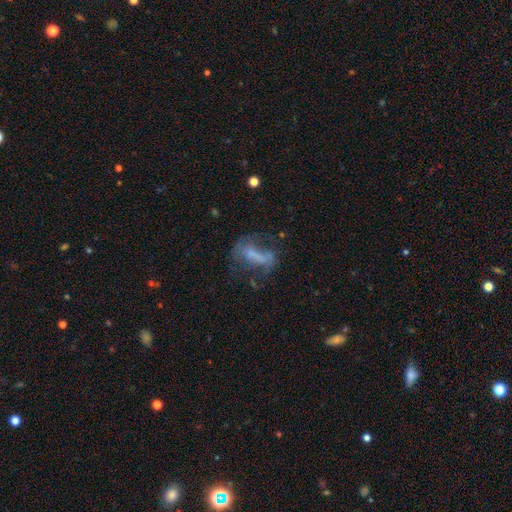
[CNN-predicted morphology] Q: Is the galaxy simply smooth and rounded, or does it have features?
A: featured or disk — 50%.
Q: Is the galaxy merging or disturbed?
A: none — 38%.